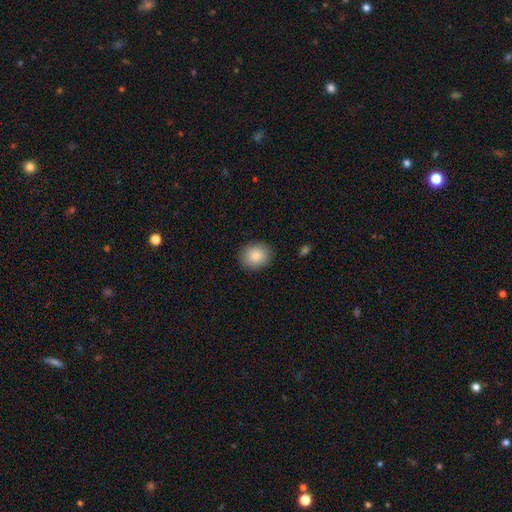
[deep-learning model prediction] Smooth or featured: smooth — 85% (star or artifact — 8%)
How rounded: round — 67% (in between — 32%)
Merging: none — 90% (minor disturbance — 7%)